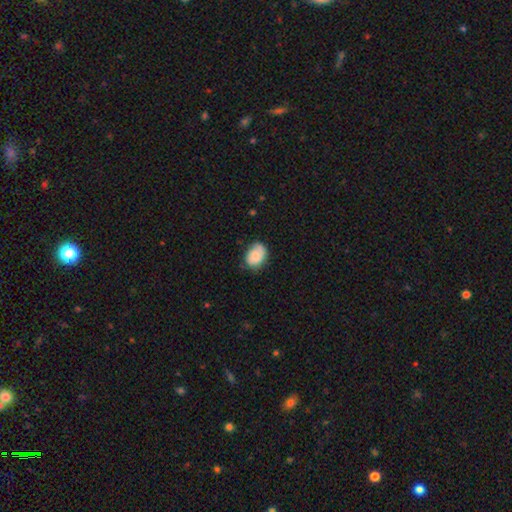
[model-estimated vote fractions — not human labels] This appears to be a smooth galaxy with no disk features (69%) that is in between round and cigar-shaped (71%). Merging: none (62%).